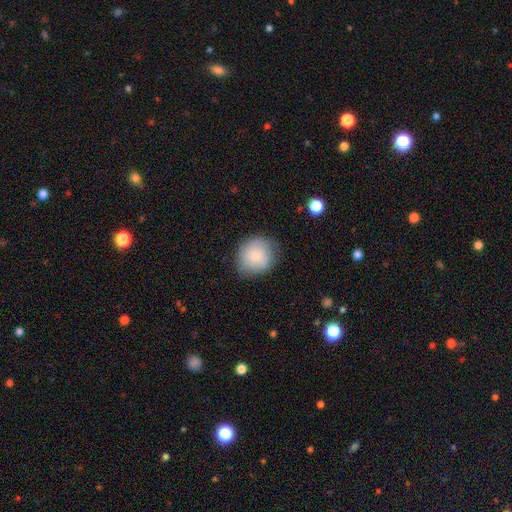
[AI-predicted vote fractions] Overall: smooth (76%). How rounded: round (83%). Merging: none (75%).